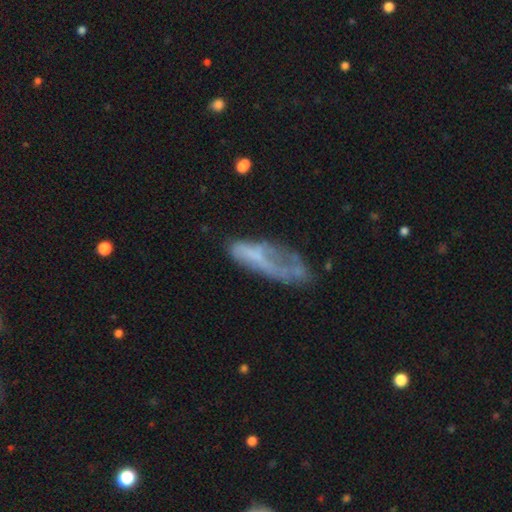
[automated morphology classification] A smooth galaxy with no disk features (45%). Merging: major disturbance (34%).